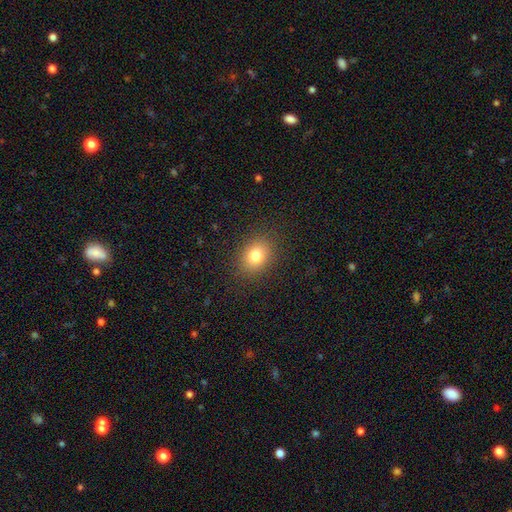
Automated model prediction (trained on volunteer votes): A smooth galaxy with no disk features (80%) that is in between round and cigar-shaped (55%).

Vote fractions:
- Smooth or featured? smooth: 80% / star or artifact: 12% / featured or disk: 8%
- How rounded? in between: 55% / round: 44% / cigar-shaped: 1%
- Merging? none: 88% / minor disturbance: 8% / major disturbance: 3% / merger: 1%